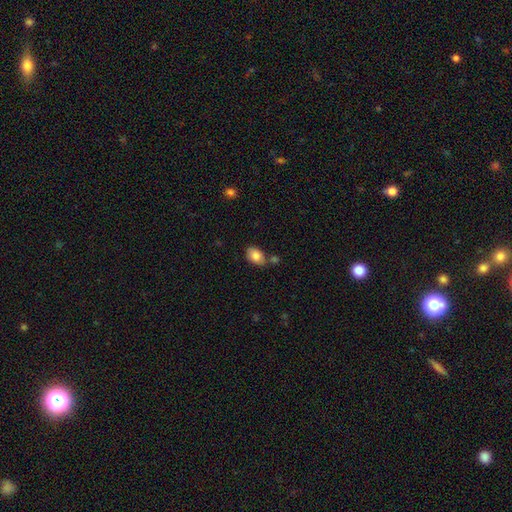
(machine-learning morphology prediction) Smooth or featured: smooth — 84% (featured or disk — 9%)
How rounded: in between — 88% (round — 11%)
Merging: none — 66% (minor disturbance — 16%)